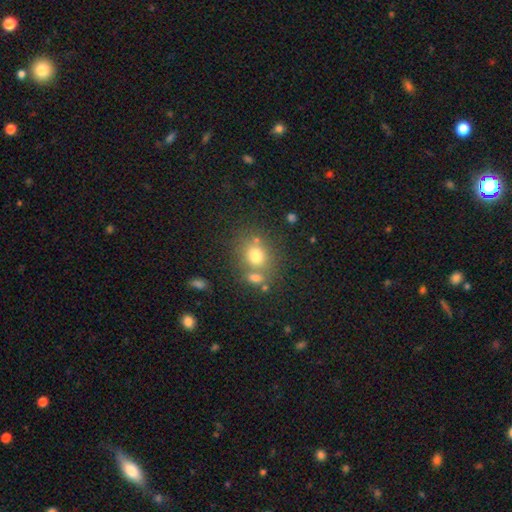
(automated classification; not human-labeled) Q: Smooth or featured?
A: smooth (74%); runner-up: star or artifact (14%)
Q: How rounded?
A: round (67%); runner-up: in between (32%)
Q: Merging?
A: none (58%); runner-up: merger (25%)